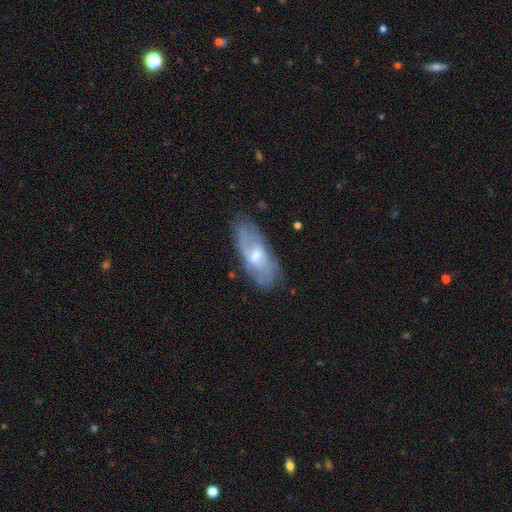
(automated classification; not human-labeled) smooth-or-featured: featured or disk: 62% | smooth: 31% | star or artifact: 7%
  disk-edge-on: no: 84% | yes: 16%
    bar: no: 46% | weak: 45% | strong: 9%
    has-spiral-arms: yes: 74% | no: 26%
    bulge-size: moderate: 54% | small: 38% | large: 4% | none: 3% | dominant: 1%
  merging: none: 72% | minor disturbance: 20% | major disturbance: 6% | merger: 2%